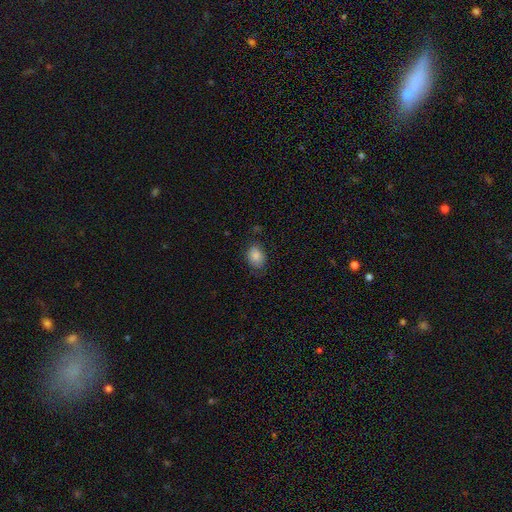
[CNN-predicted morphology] The model was most divided on "how rounded": in between: 73%, round: 26%, cigar-shaped: 1%. More confident: smooth or featured — smooth (85%); merging — none (71%).